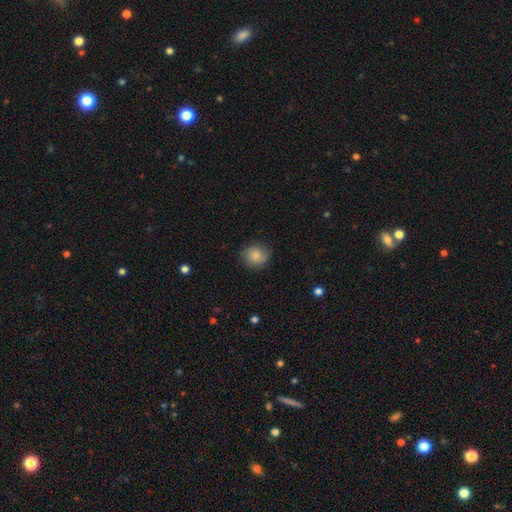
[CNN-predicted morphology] This is clearly a smooth galaxy (84%). How rounded: clearly round (88%). Merging: clearly none (84%).